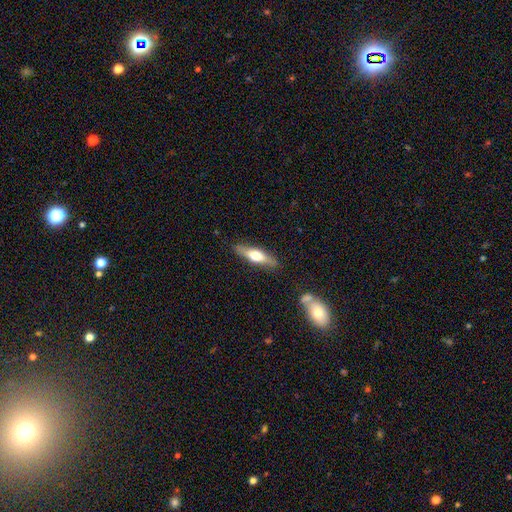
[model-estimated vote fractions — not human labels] smooth-or-featured: featured or disk: 50% | smooth: 44% | star or artifact: 6%
  merging: none: 86% | minor disturbance: 10% | major disturbance: 2% | merger: 2%